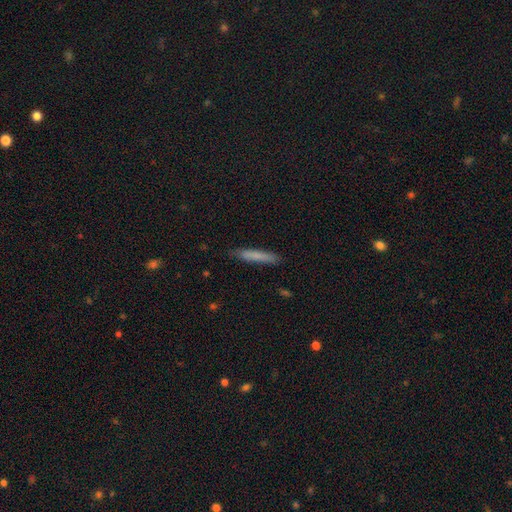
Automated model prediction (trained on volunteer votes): This is likely a smooth galaxy (76%). How rounded: clearly cigar-shaped (93%). Merging: clearly none (85%).